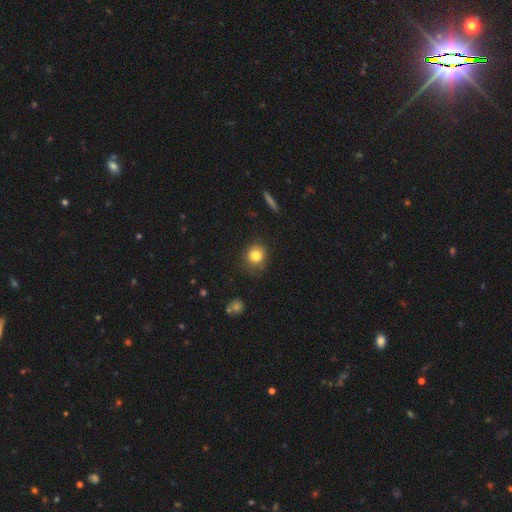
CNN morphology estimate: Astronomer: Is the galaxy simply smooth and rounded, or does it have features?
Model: smooth — 81%.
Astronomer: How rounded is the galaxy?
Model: round — 82%.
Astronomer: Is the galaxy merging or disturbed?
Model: none — 77%.